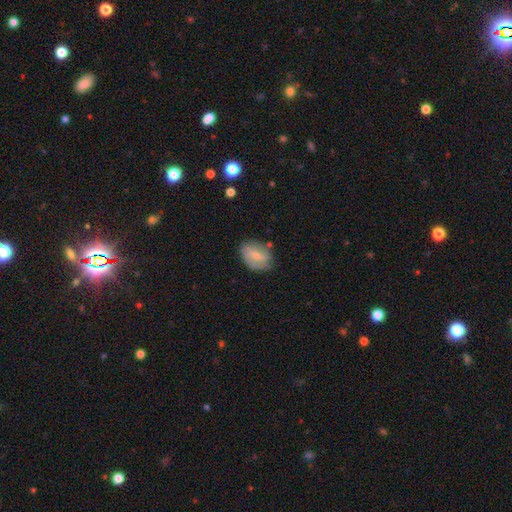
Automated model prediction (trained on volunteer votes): The model was most divided on "smooth or featured": smooth: 56%, featured or disk: 36%, star or artifact: 7%. More confident: how rounded — in between (75%); merging — none (65%).